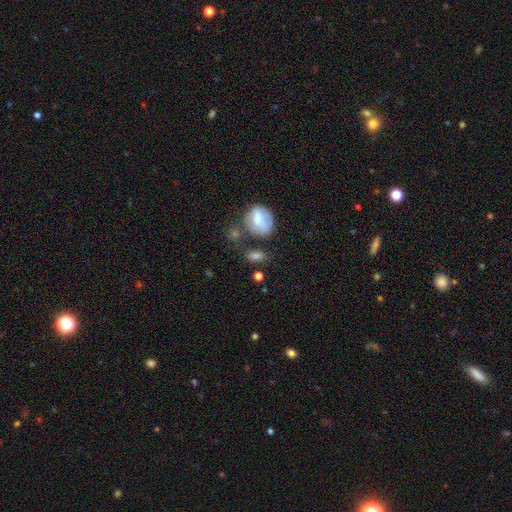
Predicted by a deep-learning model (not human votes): This appears to be a smooth galaxy with no disk features (74%) that is in between round and cigar-shaped (71%). Merging: none (54%).